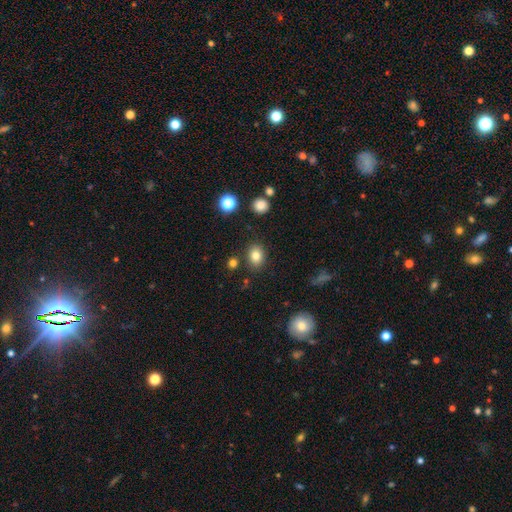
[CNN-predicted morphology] This is clearly a smooth galaxy (81%). How rounded: likely in between (61%). Merging: clearly none (84%).